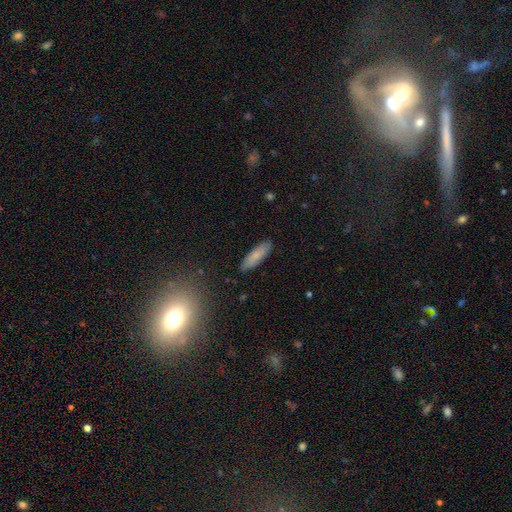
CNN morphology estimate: Q: Smooth or featured?
A: smooth (78%); runner-up: featured or disk (14%)
Q: How rounded?
A: cigar-shaped (58%); runner-up: in between (40%)
Q: Merging?
A: none (87%); runner-up: minor disturbance (10%)